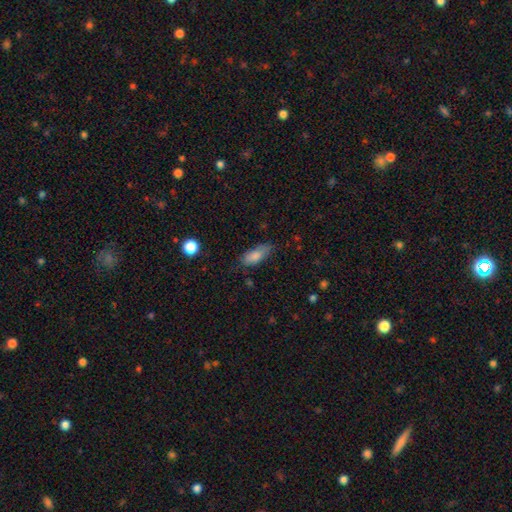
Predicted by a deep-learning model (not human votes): smooth-or-featured: smooth: 80% | featured or disk: 12% | star or artifact: 7%
  how-rounded: in between: 72% | cigar-shaped: 26% | round: 2%
  merging: none: 71% | minor disturbance: 23% | major disturbance: 5% | merger: 2%